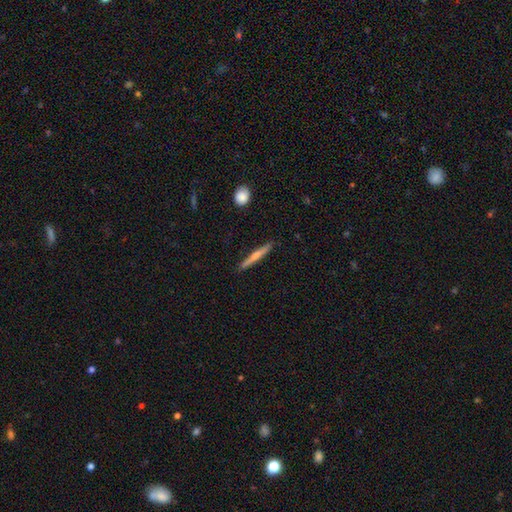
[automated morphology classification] This is possibly a smooth galaxy (52%). How rounded: clearly cigar-shaped (94%). Merging: clearly none (89%).